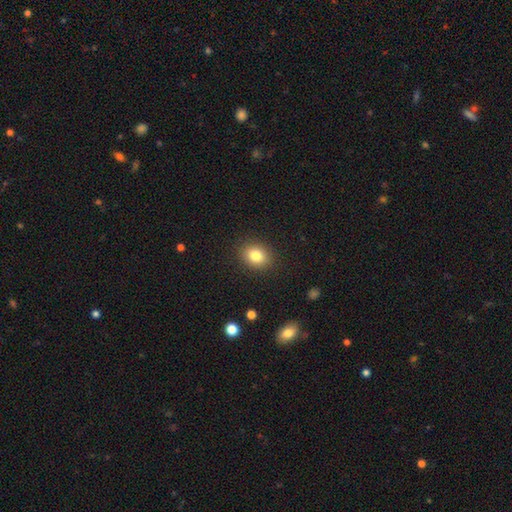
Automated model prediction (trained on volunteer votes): Smooth or featured? smooth (82%)
How rounded? round (56%)
Merging? none (89%)